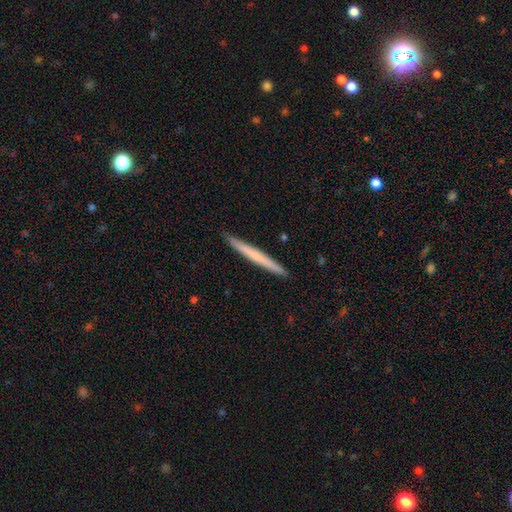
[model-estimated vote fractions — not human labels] Morphology: type=smooth (57%); roundness=cigar-shaped (97%); merging=none (92%).